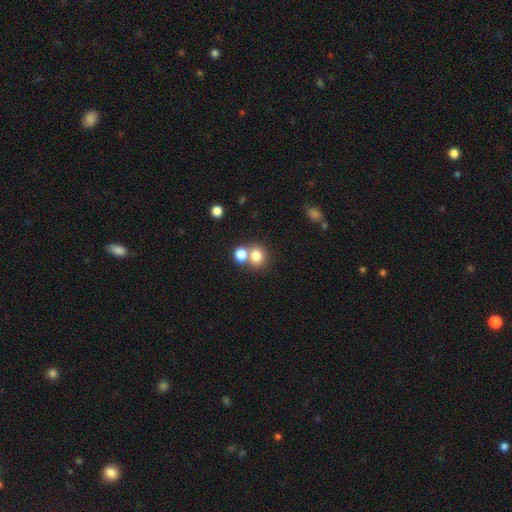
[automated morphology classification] Smooth or featured?
  - smooth: 79% *
  - star or artifact: 12%
  - featured or disk: 9%
How rounded?
  - round: 75% *
  - in between: 24%
  - cigar-shaped: 1%
Merging?
  - none: 47% *
  - merger: 43%
  - minor disturbance: 7%
  - major disturbance: 3%